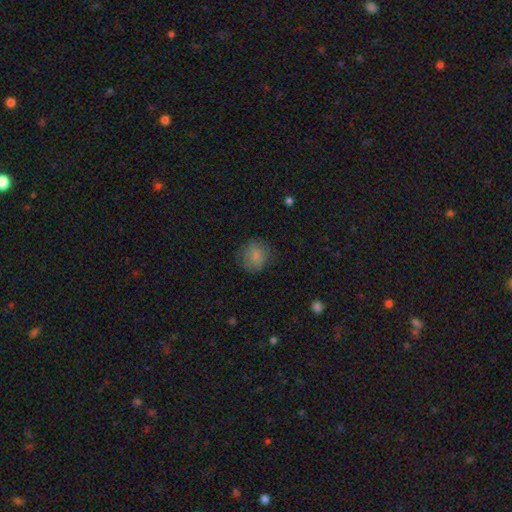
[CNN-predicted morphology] smooth 80%, featured or disk 11%, star or artifact 9%. Down the decision tree: how rounded — round (83%); merging — none (73%).